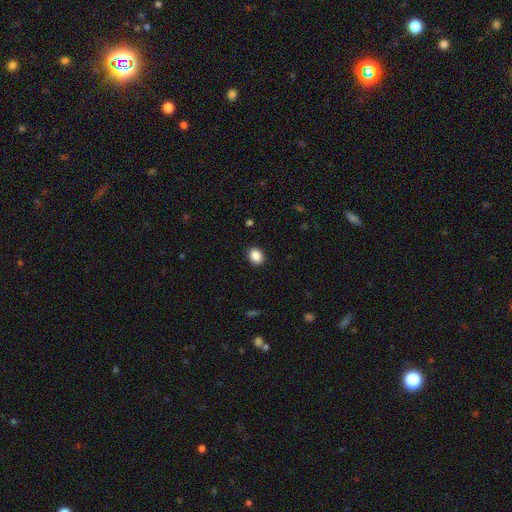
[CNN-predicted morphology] Overall: smooth (89%). How rounded: in between (66%; round 33%). Merging: none (89%).